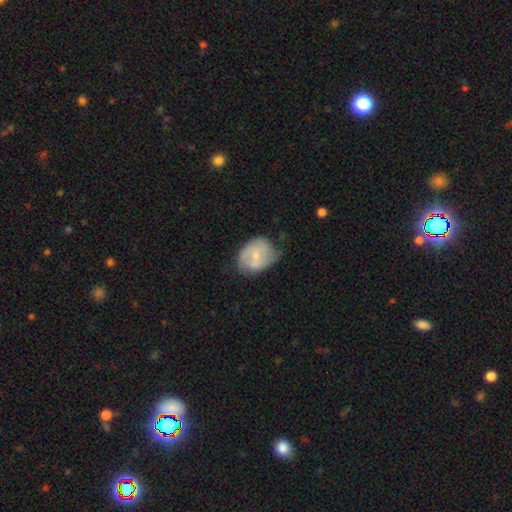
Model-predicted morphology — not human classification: The model was most divided on "smooth or featured": smooth: 51%, featured or disk: 42%, star or artifact: 7%. Remaining: how rounded — in between (60%); merging — none (49%).